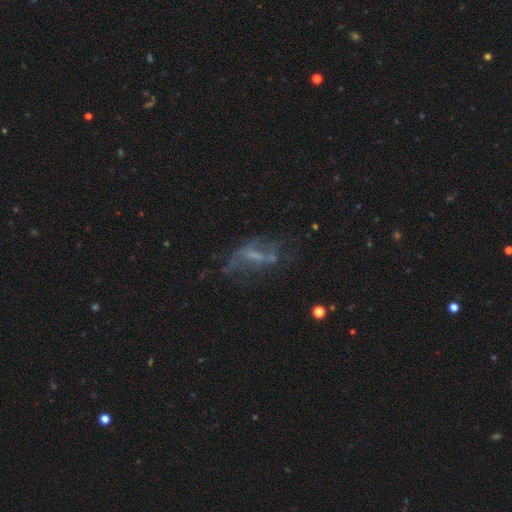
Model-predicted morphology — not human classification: The model was most divided on "merging": none: 41%, major disturbance: 33%, minor disturbance: 20%, merger: 6%. Remaining: edge-on disk — no (88%); spiral arms — no (64%); smooth or featured — featured or disk (58%); bulge size — none (49%); bar — no (45%).